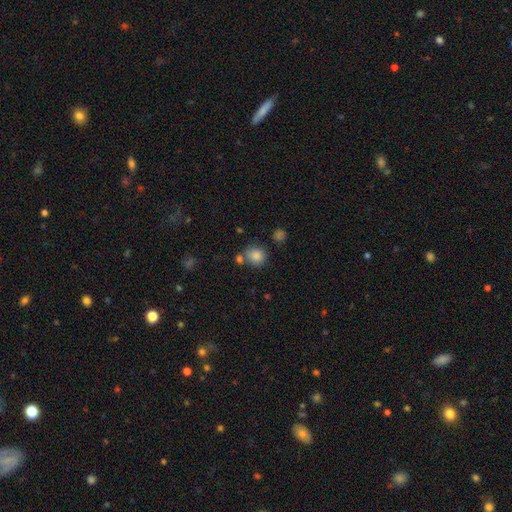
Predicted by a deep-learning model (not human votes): smooth 84%, star or artifact 10%, featured or disk 6%. Down the decision tree: how rounded — round (83%); merging — none (65%).